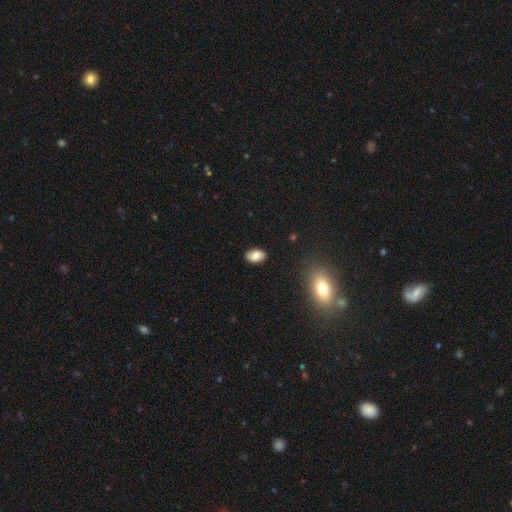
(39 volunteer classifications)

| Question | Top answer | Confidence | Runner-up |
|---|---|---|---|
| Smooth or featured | smooth | 74% | featured or disk (18%) |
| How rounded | in between | 86% | round (14%) |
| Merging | none | 97% | minor disturbance (3%) |